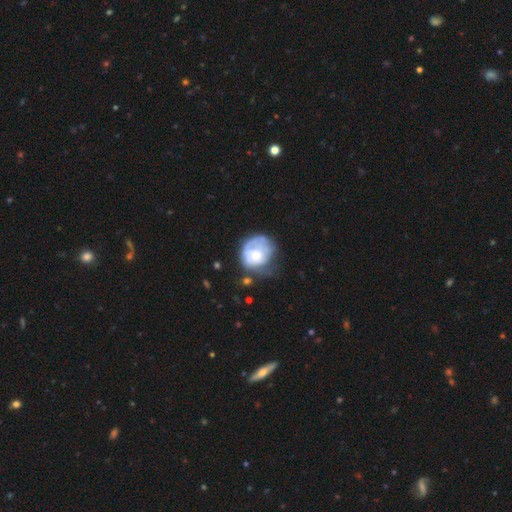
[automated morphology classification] This is possibly a featured or disk galaxy (51%). It is clearly not viewed edge-on (97%). Merging: marginally none (37%).